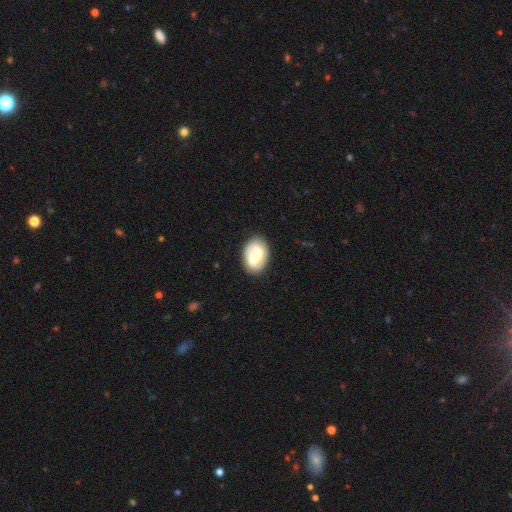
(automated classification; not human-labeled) Smooth or featured? Predicted: featured or disk (p=0.67). Edge-on disk? Predicted: no (p=0.96). Bar? Predicted: strong (p=0.45). Spiral arms? Predicted: yes (p=0.75). Bulge size? Predicted: moderate (p=0.57). Merging? Predicted: none (p=0.85).